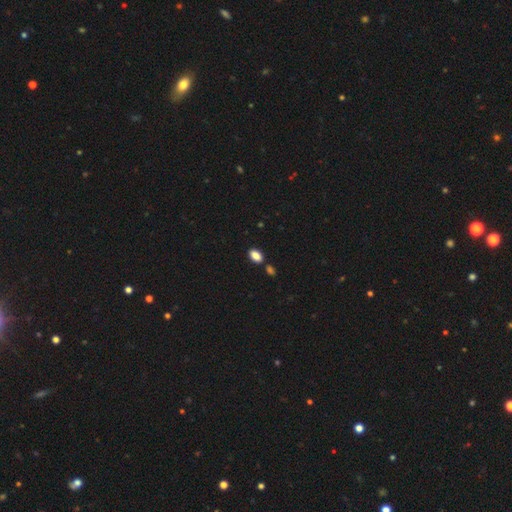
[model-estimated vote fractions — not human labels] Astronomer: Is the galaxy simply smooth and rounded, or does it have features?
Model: smooth — 86%.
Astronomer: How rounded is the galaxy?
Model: in between — 91%.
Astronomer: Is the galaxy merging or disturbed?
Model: none — 79%.